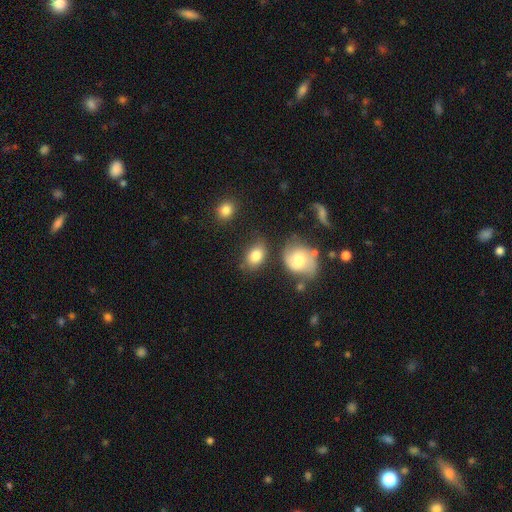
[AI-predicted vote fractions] Smooth or featured? Predicted: smooth (p=0.82). How rounded? Predicted: in between (p=0.76). Merging? Predicted: none (p=0.66).